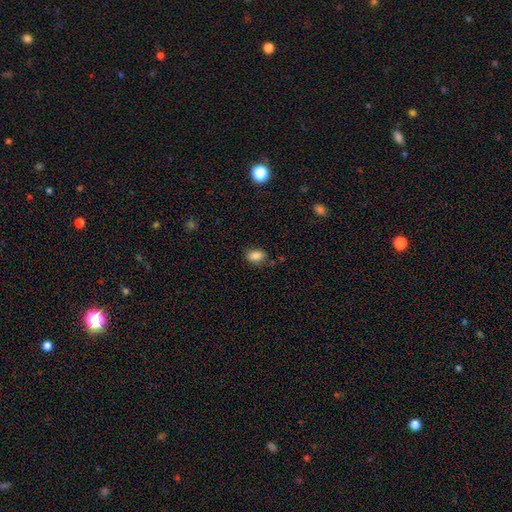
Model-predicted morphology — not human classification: smooth_or_featured: smooth (p=0.85) [alt: star or artifact p=0.09]
how_rounded: in between (p=0.84) [alt: round p=0.15]
merging: none (p=0.76) [alt: minor disturbance p=0.17]